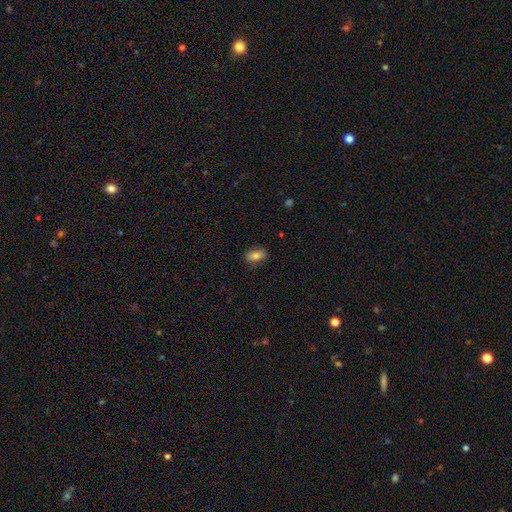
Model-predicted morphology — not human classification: The model was most divided on "smooth or featured": smooth: 79%, featured or disk: 12%, star or artifact: 9%. More confident: how rounded — in between (86%); merging — none (84%).